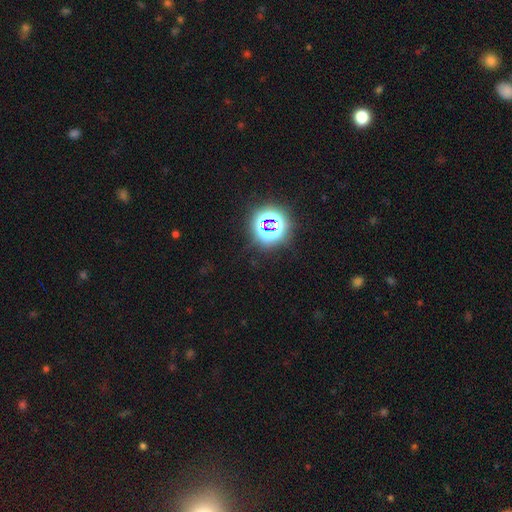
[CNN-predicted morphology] A star or artifact, not a galaxy (80%).